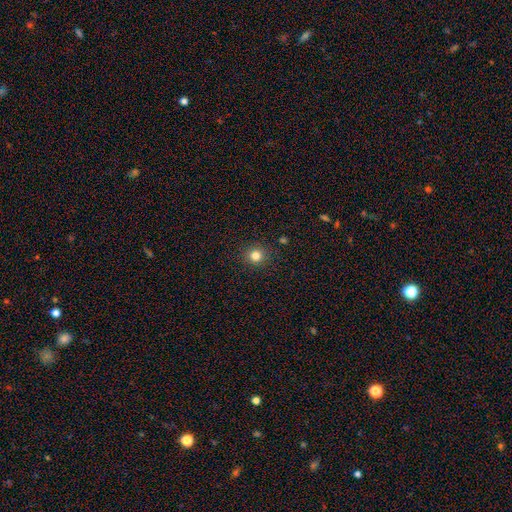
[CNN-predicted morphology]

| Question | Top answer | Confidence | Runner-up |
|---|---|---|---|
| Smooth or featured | smooth | 81% | star or artifact (14%) |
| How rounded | round | 91% | in between (8%) |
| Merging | none | 91% | minor disturbance (6%) |